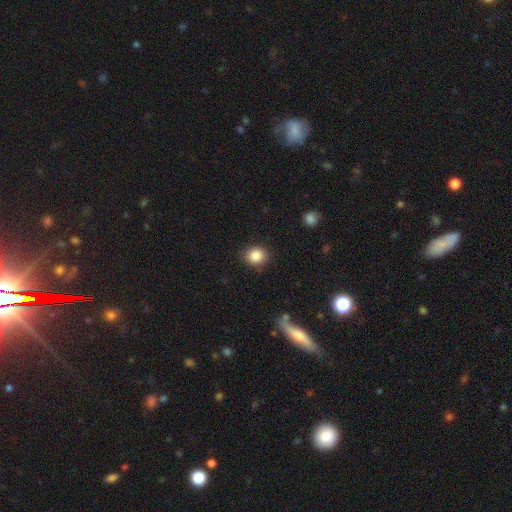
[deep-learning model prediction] Smooth or featured?
  - smooth: 86% *
  - star or artifact: 9%
  - featured or disk: 5%
How rounded?
  - round: 70% *
  - in between: 29%
  - cigar-shaped: 1%
Merging?
  - none: 87% *
  - minor disturbance: 9%
  - major disturbance: 3%
  - merger: 1%